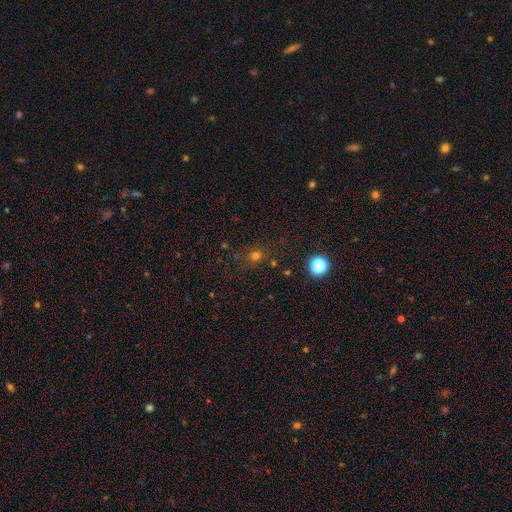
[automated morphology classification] Smooth or featured: smooth — 65% (star or artifact — 28%)
How rounded: round — 81% (in between — 18%)
Merging: none — 80% (minor disturbance — 12%)